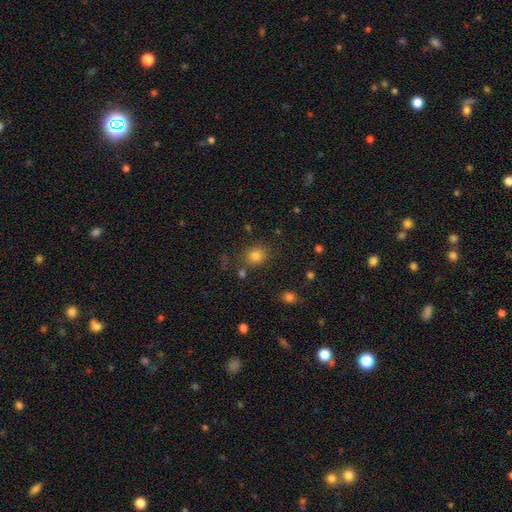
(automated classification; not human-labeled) Smooth or featured?
  - smooth: 80% *
  - star or artifact: 14%
  - featured or disk: 6%
How rounded?
  - round: 74% *
  - in between: 25%
  - cigar-shaped: 1%
Merging?
  - none: 80% *
  - minor disturbance: 10%
  - merger: 6%
  - major disturbance: 4%